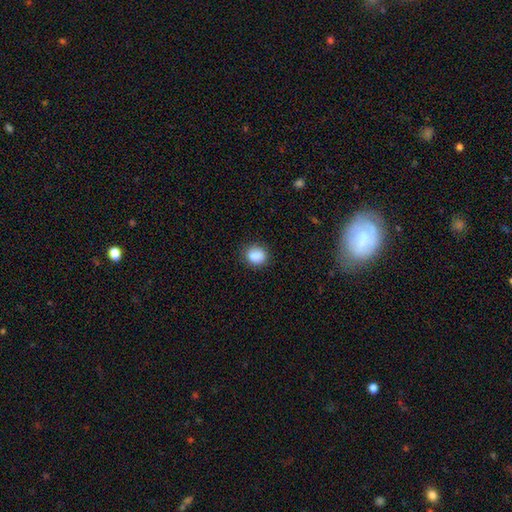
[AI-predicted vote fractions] A smooth galaxy with no disk features (87%) that is round (71%). Merging: none (80%).